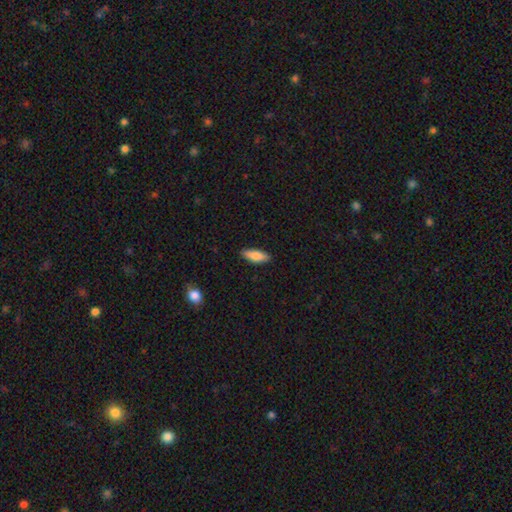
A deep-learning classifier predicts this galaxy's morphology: Q: Smooth or featured?
A: smooth (83%); runner-up: featured or disk (11%)
Q: How rounded?
A: in between (68%); runner-up: cigar-shaped (30%)
Q: Merging?
A: none (87%); runner-up: minor disturbance (10%)